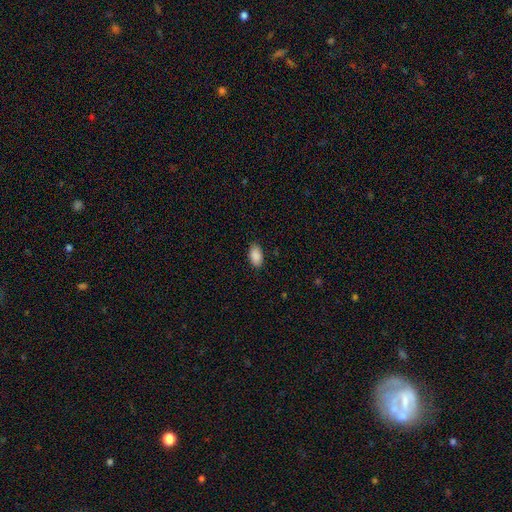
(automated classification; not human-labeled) Smooth or featured? smooth (90%)
How rounded? in between (94%)
Merging? none (87%)